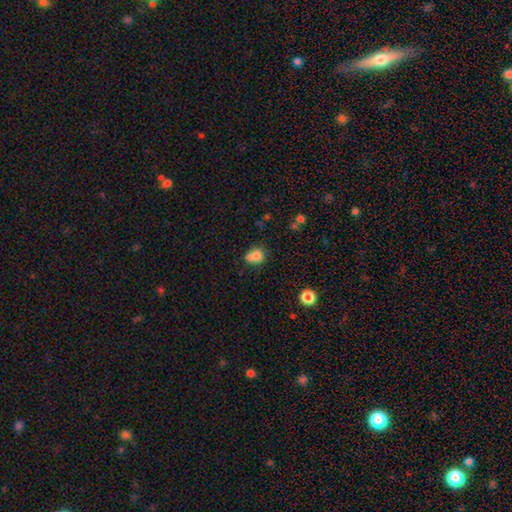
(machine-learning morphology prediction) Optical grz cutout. It shows a smooth galaxy with no disk features (77%) that is round (68%). Merging: merger (41%).